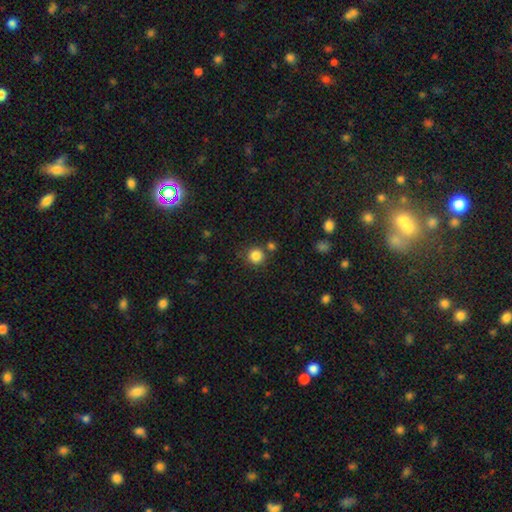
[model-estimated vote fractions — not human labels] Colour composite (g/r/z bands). It shows a smooth galaxy with no disk features (84%) that is round (92%). Merging: none (77%).